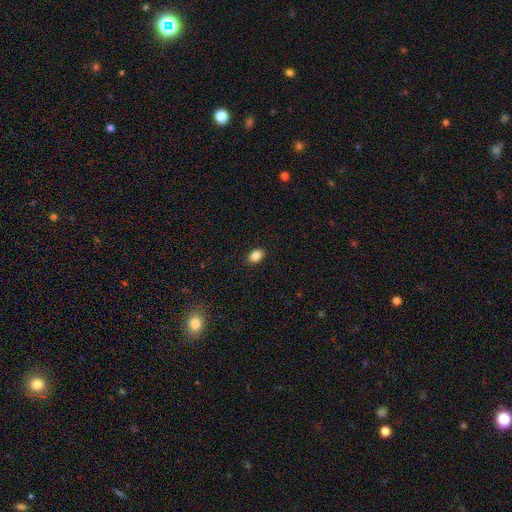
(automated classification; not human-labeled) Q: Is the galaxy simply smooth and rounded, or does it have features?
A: smooth — 88%.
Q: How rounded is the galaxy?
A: in between — 78%.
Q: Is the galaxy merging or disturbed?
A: none — 89%.